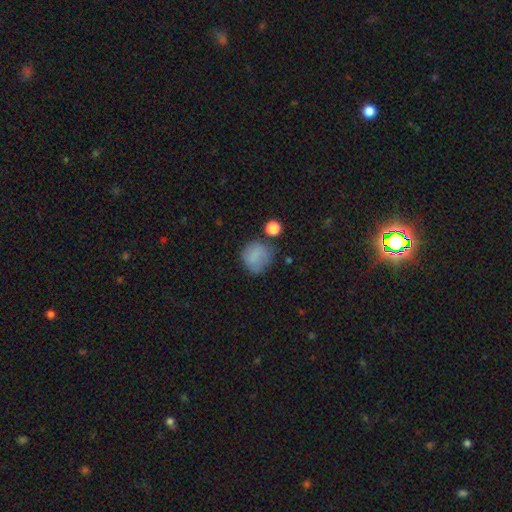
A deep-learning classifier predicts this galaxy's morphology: The model was most divided on "merging": none: 63%, minor disturbance: 23%, major disturbance: 9%, merger: 5%. More confident: how rounded — round (82%); smooth or featured — smooth (81%).